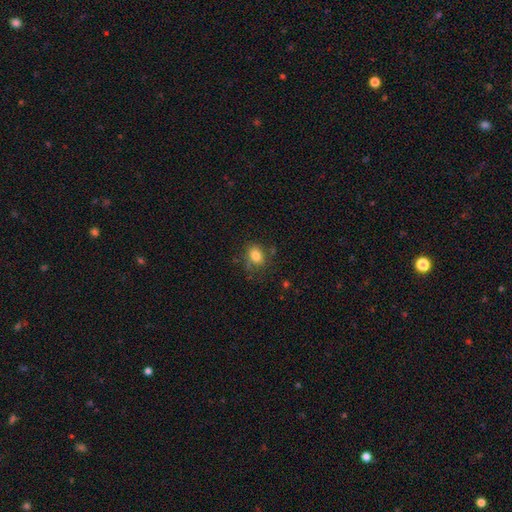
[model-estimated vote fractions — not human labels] Smooth or featured? Predicted: smooth (p=0.81). How rounded? Predicted: in between (p=0.66). Merging? Predicted: none (p=0.65).